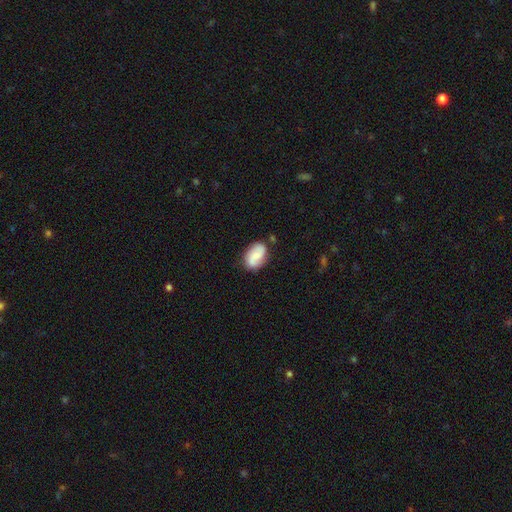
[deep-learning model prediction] A smooth galaxy with no disk features (55%) that is in between round and cigar-shaped (88%).

Vote fractions:
- Smooth or featured? smooth: 55% / featured or disk: 38% / star or artifact: 7%
- How rounded? in between: 88% / round: 10% / cigar-shaped: 2%
- Merging? none: 74% / minor disturbance: 18% / major disturbance: 4% / merger: 4%